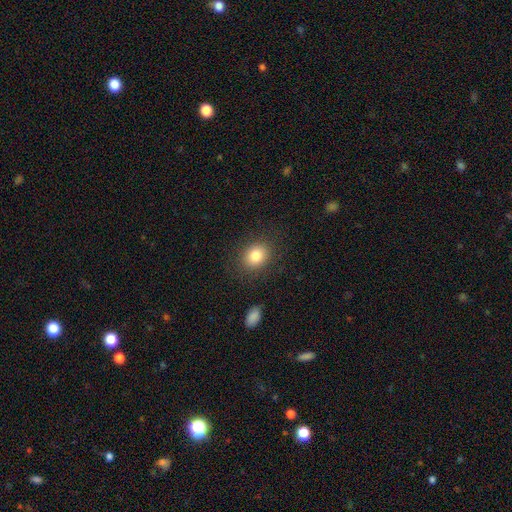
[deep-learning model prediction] This appears to be a smooth galaxy with no disk features (83%) that is round (58%). Merging: none (85%).